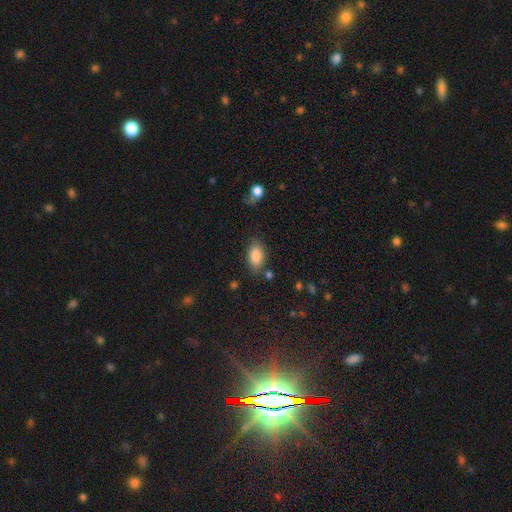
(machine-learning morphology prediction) A smooth galaxy with no disk features (84%) that is in between round and cigar-shaped (90%).

Vote fractions:
- Smooth or featured? smooth: 84% / featured or disk: 8% / star or artifact: 8%
- How rounded? in between: 90% / cigar-shaped: 5% / round: 5%
- Merging? none: 77% / minor disturbance: 15% / merger: 4% / major disturbance: 4%